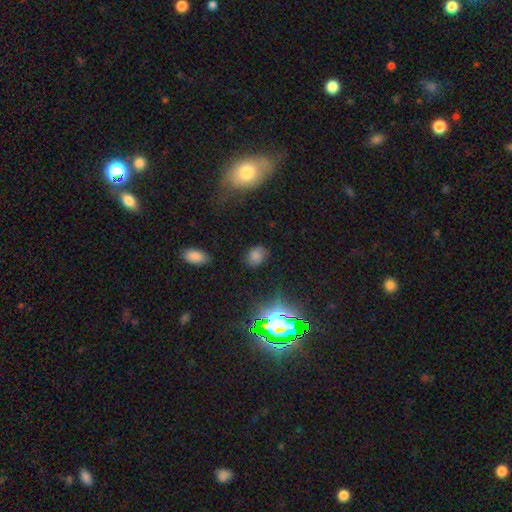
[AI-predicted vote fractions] Q: Smooth or featured?
A: smooth (58%); runner-up: star or artifact (31%)
Q: How rounded?
A: in between (60%); runner-up: round (39%)
Q: Merging?
A: none (78%); runner-up: minor disturbance (14%)